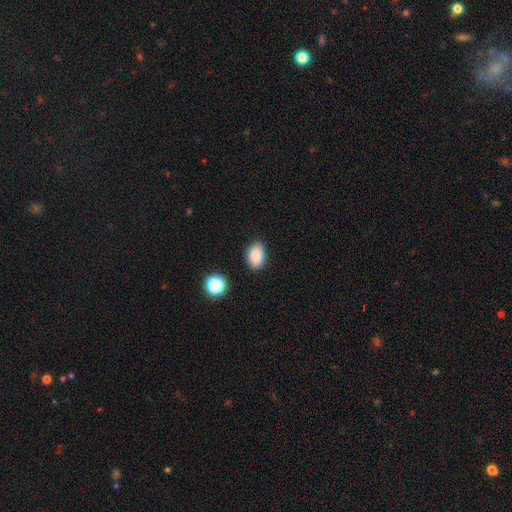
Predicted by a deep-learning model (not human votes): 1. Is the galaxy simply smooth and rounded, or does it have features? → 86% smooth, 9% star or artifact, 5% featured or disk.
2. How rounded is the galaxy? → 86% in between, 12% round, 1% cigar-shaped.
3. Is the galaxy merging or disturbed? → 84% none, 11% minor disturbance, 3% major disturbance, 2% merger.